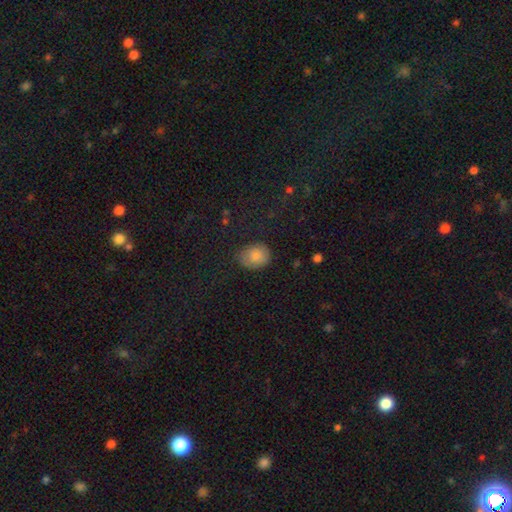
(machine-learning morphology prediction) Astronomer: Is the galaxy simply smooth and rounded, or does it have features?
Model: smooth — 78%.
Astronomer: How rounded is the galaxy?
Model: in between — 51% (runner-up: round, 48%).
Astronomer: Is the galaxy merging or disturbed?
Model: none — 76%.